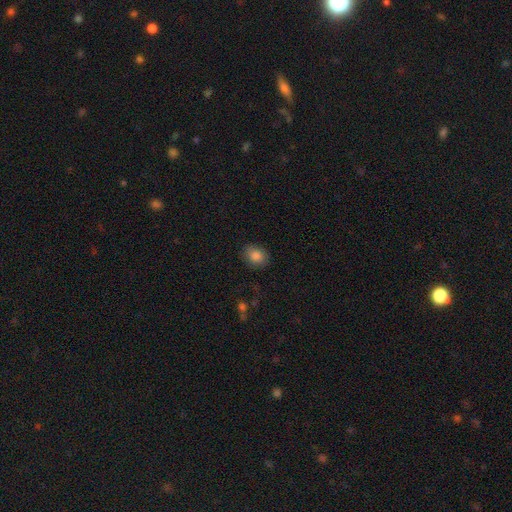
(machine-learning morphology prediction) A smooth galaxy with no disk features (85%) that is in between round and cigar-shaped (51%). Merging: none (83%).